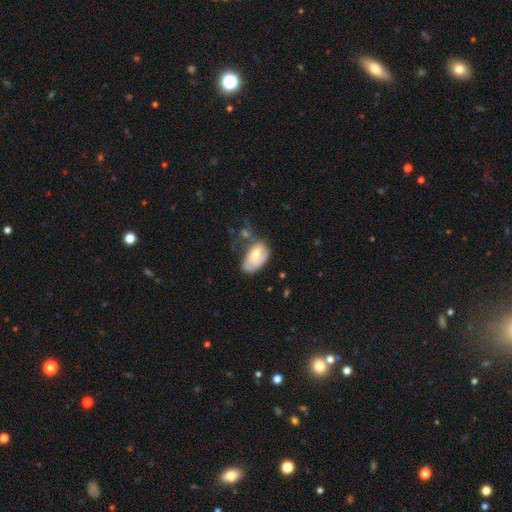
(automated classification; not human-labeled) A smooth galaxy with no disk features (67%) that is in between round and cigar-shaped (92%). Merging: minor disturbance (32%).